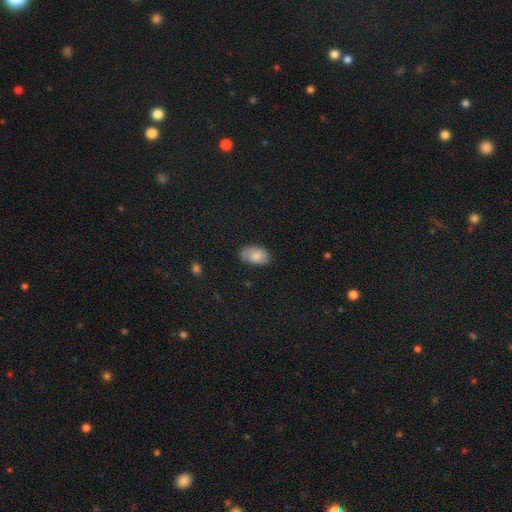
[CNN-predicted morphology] Smooth or featured: smooth — 84% (featured or disk — 8%)
How rounded: in between — 92% (round — 6%)
Merging: none — 73% (minor disturbance — 22%)